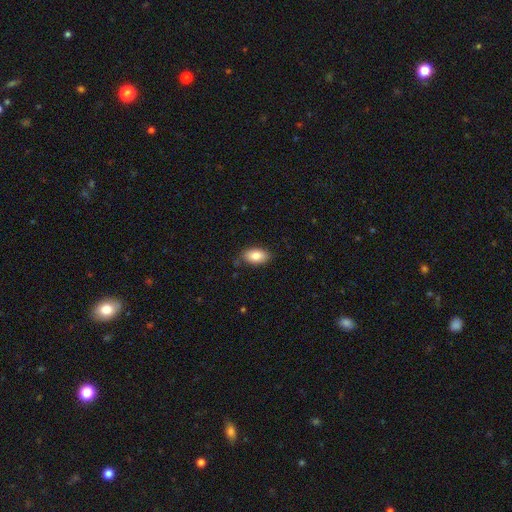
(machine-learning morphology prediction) type=smooth (84%); roundness=in between (93%); merging=none (82%).